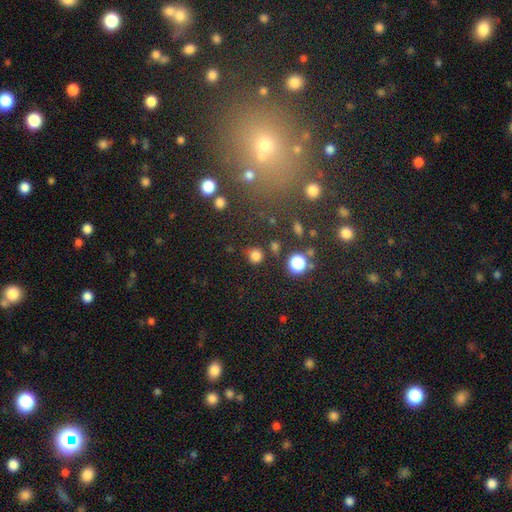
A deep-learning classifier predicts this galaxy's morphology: Smooth or featured? smooth (78%)
How rounded? round (87%)
Merging? none (78%)